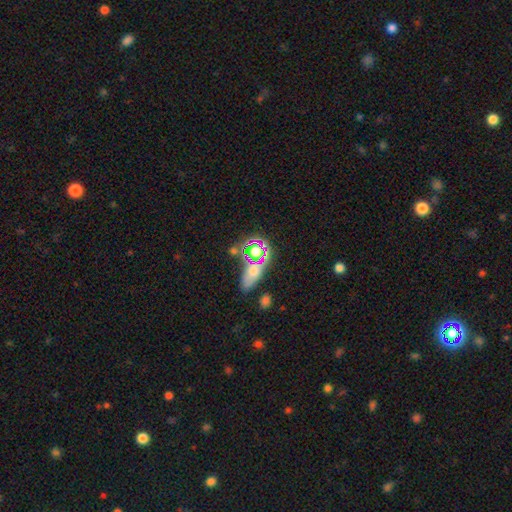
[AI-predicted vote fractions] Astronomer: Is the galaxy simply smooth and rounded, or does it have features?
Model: star or artifact — 52% (runner-up: smooth, 31%).